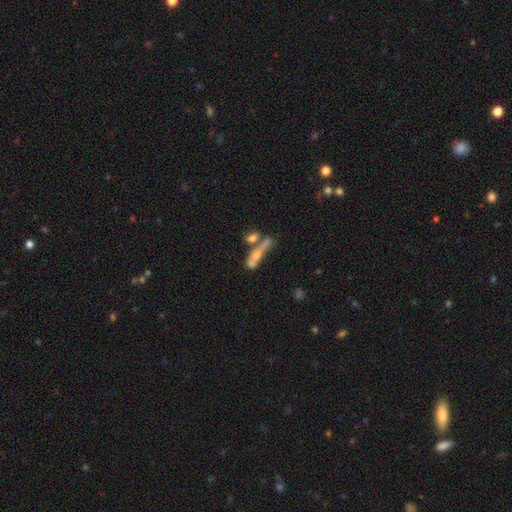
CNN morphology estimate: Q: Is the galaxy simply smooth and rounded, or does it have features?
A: smooth — 51%.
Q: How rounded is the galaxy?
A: cigar-shaped — 60%.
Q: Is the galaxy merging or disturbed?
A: merger — 44%.